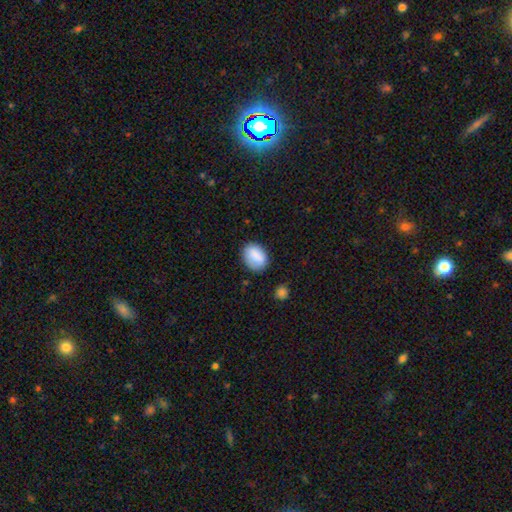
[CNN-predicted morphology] Smooth or featured? Predicted: smooth (p=0.86). How rounded? Predicted: in between (p=0.76). Merging? Predicted: none (p=0.77).